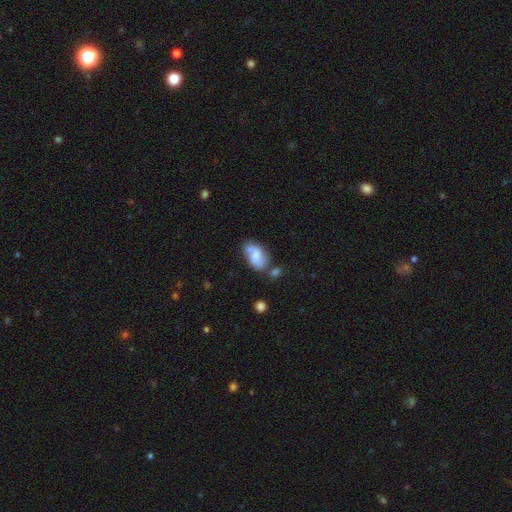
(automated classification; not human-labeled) smooth 53%, featured or disk 39%, star or artifact 8%. Down the decision tree: how rounded — in between (89%); merging — none (46%).